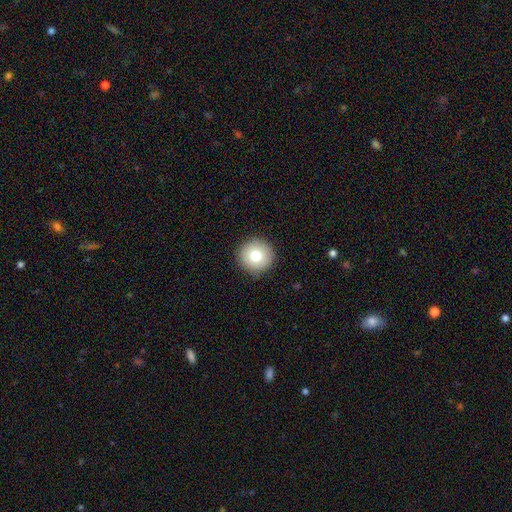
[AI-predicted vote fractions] Overall: smooth (78%). How rounded: round (95%). Merging: none (90%).